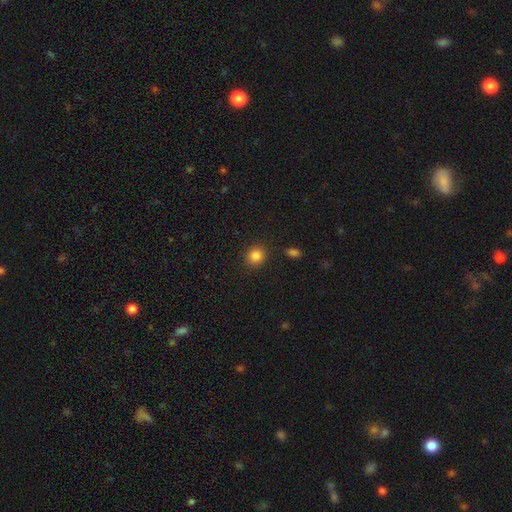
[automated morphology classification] Smooth or featured: smooth — 86% (star or artifact — 10%)
How rounded: round — 84% (in between — 15%)
Merging: none — 88% (minor disturbance — 8%)